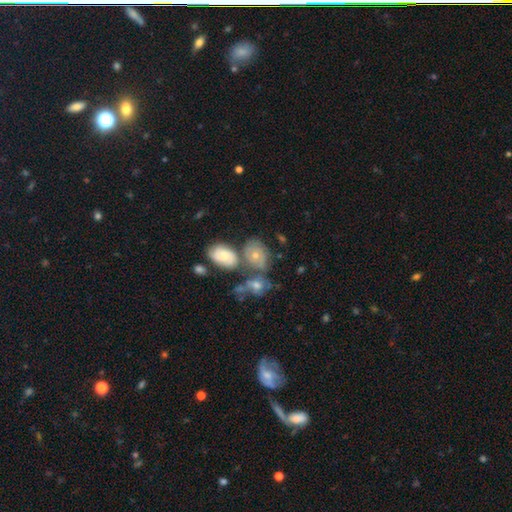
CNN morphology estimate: smooth 45%, featured or disk 41%, star or artifact 14%. Down the decision tree: merging — none (43%).